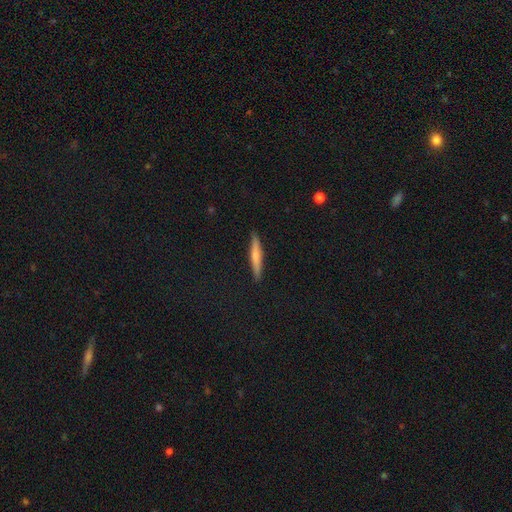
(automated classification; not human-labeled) smooth_or_featured: smooth (p=0.61) [alt: featured or disk p=0.32]
how_rounded: cigar-shaped (p=0.93) [alt: in between p=0.06]
merging: none (p=0.90) [alt: minor disturbance p=0.07]